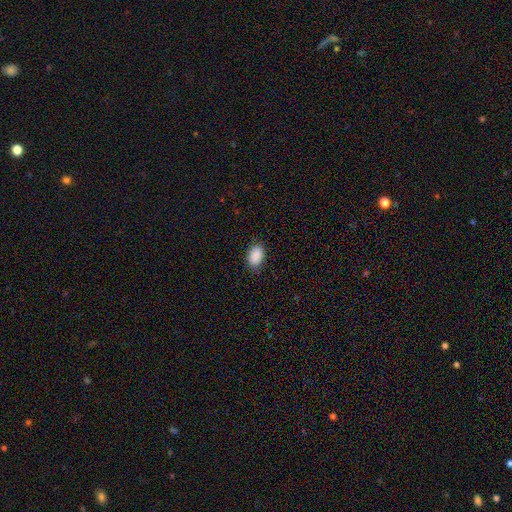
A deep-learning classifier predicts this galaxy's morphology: A smooth galaxy with no disk features (90%) that is in between round and cigar-shaped (90%).

Vote fractions:
- Smooth or featured? smooth: 90% / star or artifact: 7% / featured or disk: 3%
- How rounded? in between: 90% / round: 9% / cigar-shaped: 1%
- Merging? none: 82% / minor disturbance: 14% / major disturbance: 3% / merger: 1%